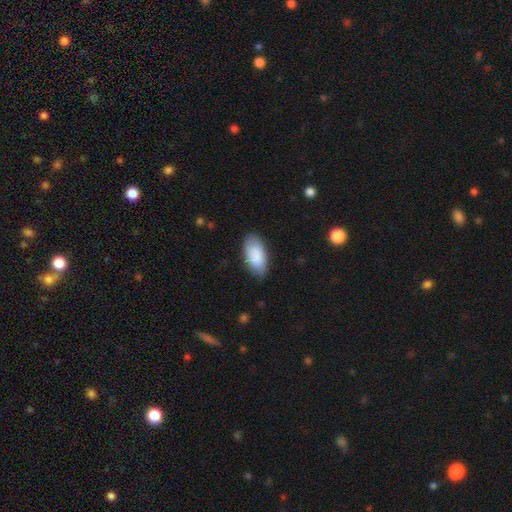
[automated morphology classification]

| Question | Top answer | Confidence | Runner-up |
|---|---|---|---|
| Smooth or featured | smooth | 87% | featured or disk (8%) |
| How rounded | in between | 94% | cigar-shaped (4%) |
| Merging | none | 81% | minor disturbance (15%) |